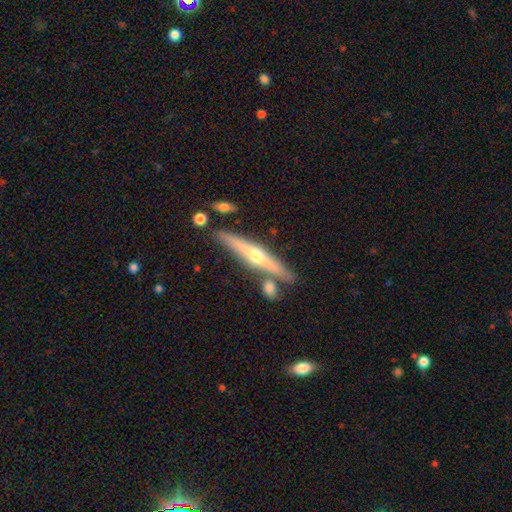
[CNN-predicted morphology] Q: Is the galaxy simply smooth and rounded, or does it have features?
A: featured or disk — 69%.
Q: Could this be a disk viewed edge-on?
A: yes — 96%.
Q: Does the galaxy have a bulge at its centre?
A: rounded — 88%.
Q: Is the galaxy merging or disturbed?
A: none — 81%.